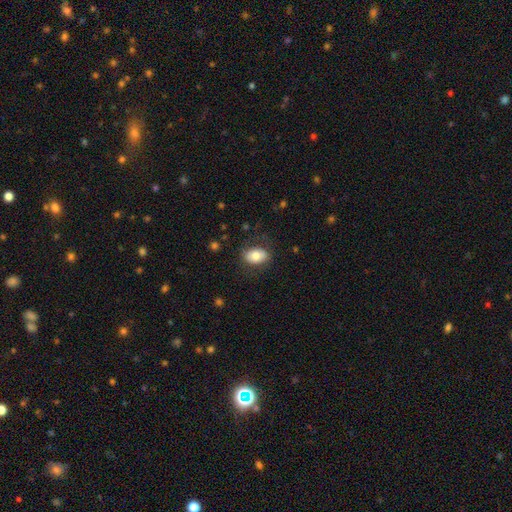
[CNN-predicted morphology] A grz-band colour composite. It shows a smooth galaxy with no disk features (76%) that is in between round and cigar-shaped (83%). Merging: none (77%).